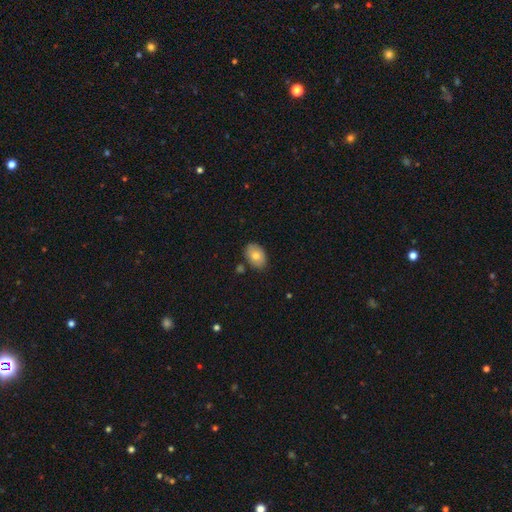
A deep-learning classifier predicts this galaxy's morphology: A smooth galaxy with no disk features (76%) that is in between round and cigar-shaped (85%).

Vote fractions:
- Smooth or featured? smooth: 76% / featured or disk: 16% / star or artifact: 7%
- How rounded? in between: 85% / round: 14% / cigar-shaped: 1%
- Merging? none: 80% / minor disturbance: 14% / merger: 4% / major disturbance: 3%